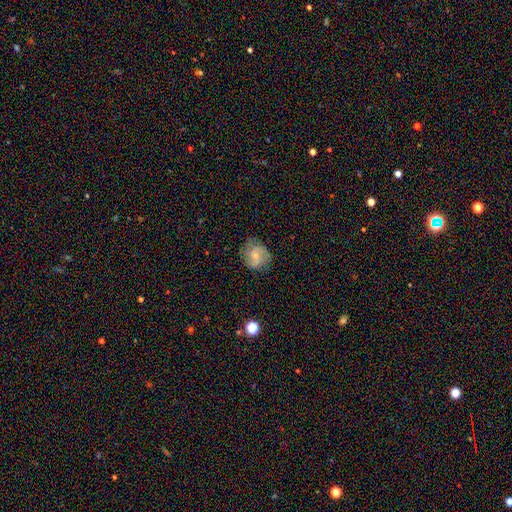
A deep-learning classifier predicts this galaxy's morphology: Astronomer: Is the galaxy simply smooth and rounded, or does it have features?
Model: featured or disk — 57% (runner-up: smooth, 34%).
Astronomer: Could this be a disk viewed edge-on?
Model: no — 98%.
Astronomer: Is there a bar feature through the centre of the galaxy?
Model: no — 66%.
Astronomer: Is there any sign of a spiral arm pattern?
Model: yes — 89%.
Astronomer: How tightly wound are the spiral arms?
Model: medium — 46% (runner-up: tight, 31%).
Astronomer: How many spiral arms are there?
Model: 2 — 42% (runner-up: 3, 23%).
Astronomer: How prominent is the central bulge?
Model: small — 64%.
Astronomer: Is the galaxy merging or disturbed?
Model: none — 71%.